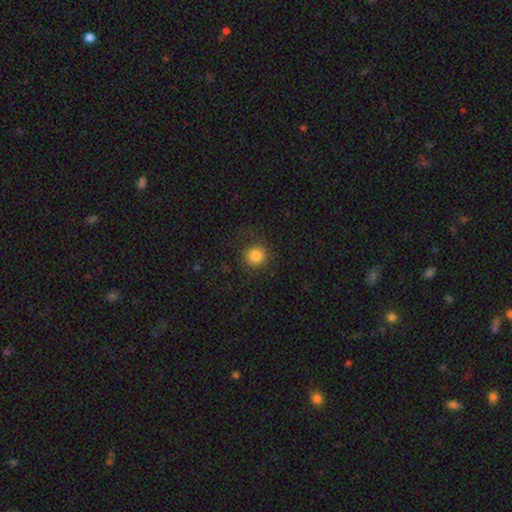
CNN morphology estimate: This is clearly a smooth galaxy (84%). How rounded: clearly round (90%). Merging: clearly none (80%).